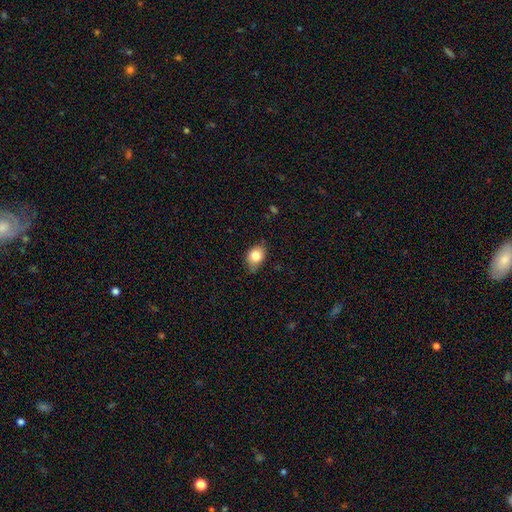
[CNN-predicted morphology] type=smooth (81%); roundness=in between (67%); merging=none (65%).